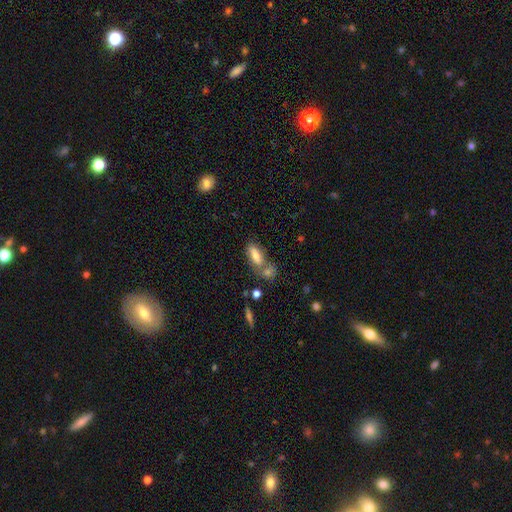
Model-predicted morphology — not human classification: Overall: smooth (78%). How rounded: in between (79%). Merging: none (43%; merger 38%).